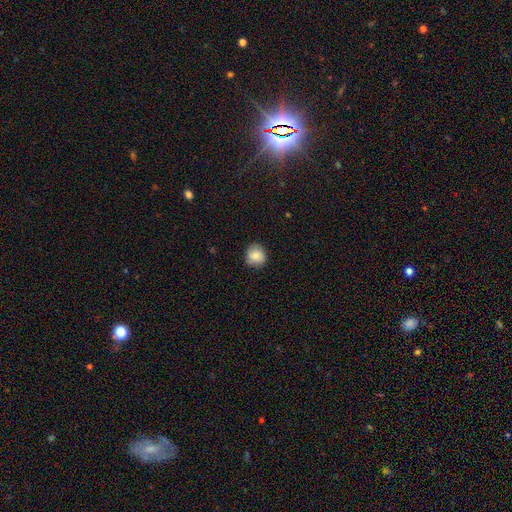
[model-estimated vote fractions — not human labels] A smooth galaxy with no disk features (79%) that is round (88%).

Vote fractions:
- Smooth or featured? smooth: 79% / featured or disk: 12% / star or artifact: 9%
- How rounded? round: 88% / in between: 11% / cigar-shaped: 1%
- Merging? none: 83% / minor disturbance: 14% / major disturbance: 3% / merger: 1%